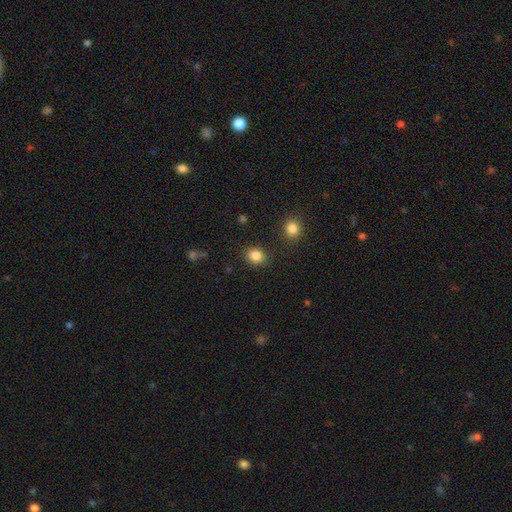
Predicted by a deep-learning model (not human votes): smooth 84%, star or artifact 11%, featured or disk 5%. Down the decision tree: how rounded — round (71%); merging — none (86%).